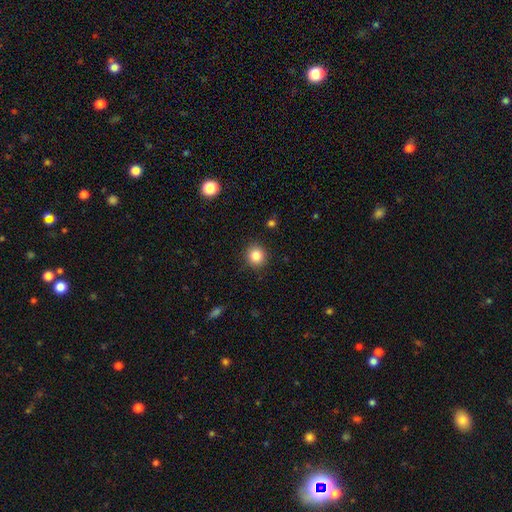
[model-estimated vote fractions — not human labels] A smooth galaxy with no disk features (84%) that is round (91%).

Vote fractions:
- Smooth or featured? smooth: 84% / star or artifact: 11% / featured or disk: 6%
- How rounded? round: 91% / in between: 8% / cigar-shaped: 1%
- Merging? none: 91% / minor disturbance: 6% / major disturbance: 2% / merger: 1%